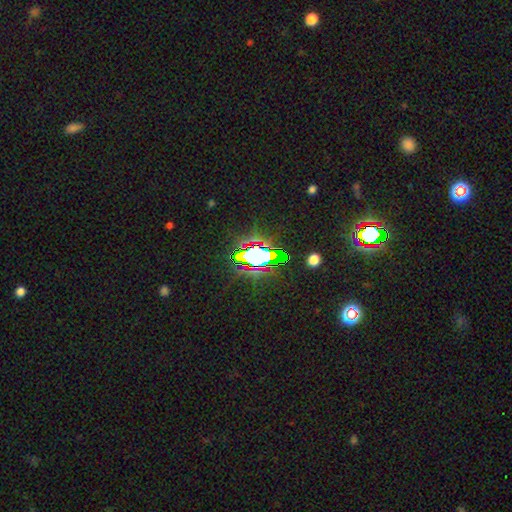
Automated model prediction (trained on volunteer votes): Smooth or featured?
  - star or artifact: 68% *
  - smooth: 19%
  - featured or disk: 13%